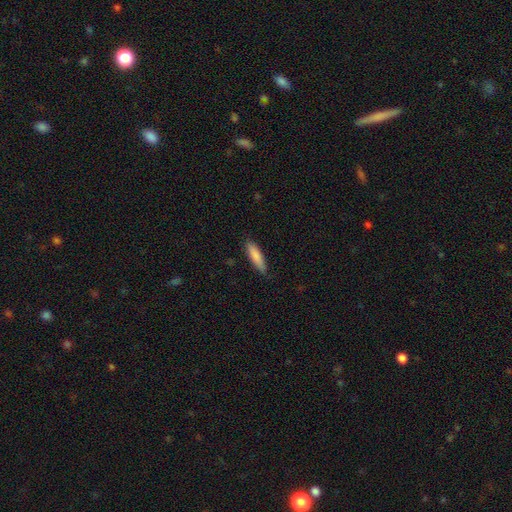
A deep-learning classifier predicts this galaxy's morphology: Smooth or featured?
  - smooth: 83% *
  - featured or disk: 11%
  - star or artifact: 6%
How rounded?
  - cigar-shaped: 68% *
  - in between: 30%
  - round: 1%
Merging?
  - none: 80% *
  - minor disturbance: 16%
  - major disturbance: 2%
  - merger: 1%